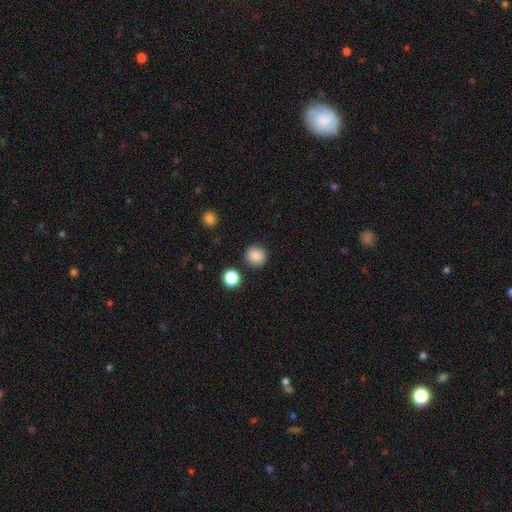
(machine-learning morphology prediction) Smooth or featured? Predicted: smooth (p=0.87). How rounded? Predicted: round (p=0.91). Merging? Predicted: none (p=0.89).